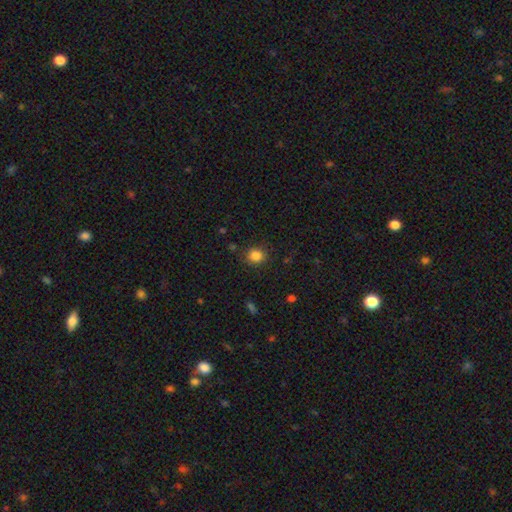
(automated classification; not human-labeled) The model was most divided on "how rounded": round: 84%, in between: 15%, cigar-shaped: 1%. More confident: merging — none (87%); smooth or featured — smooth (84%).